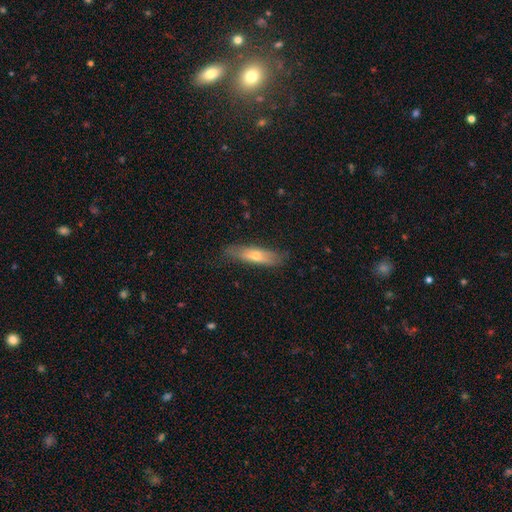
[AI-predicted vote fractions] Smooth or featured?
  - smooth: 51% *
  - featured or disk: 42%
  - star or artifact: 7%
How rounded?
  - cigar-shaped: 65% *
  - in between: 33%
  - round: 2%
Merging?
  - none: 79% *
  - minor disturbance: 16%
  - major disturbance: 4%
  - merger: 1%